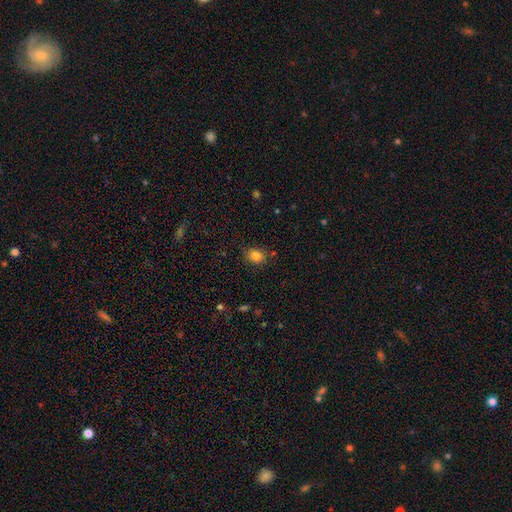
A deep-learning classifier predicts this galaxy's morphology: This appears to be a smooth galaxy with no disk features (83%) that is in between round and cigar-shaped (56%). Merging: none (80%).